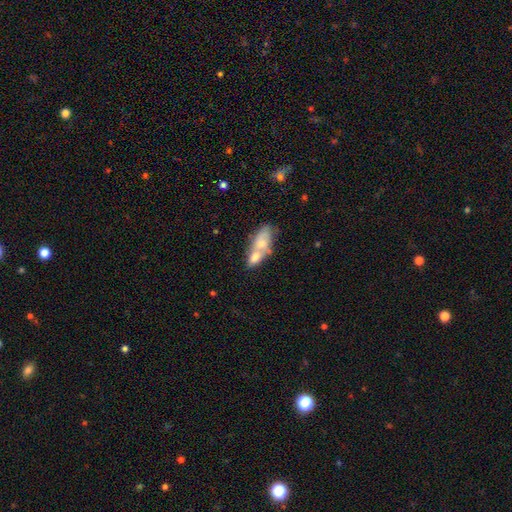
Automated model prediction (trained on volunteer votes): smooth_or_featured: smooth (p=0.57) [alt: featured or disk p=0.34]
how_rounded: in between (p=0.76) [alt: cigar-shaped p=0.14]
merging: merger (p=0.61) [alt: none p=0.24]